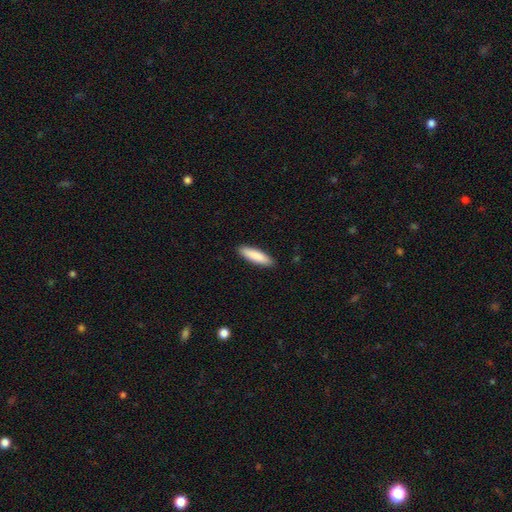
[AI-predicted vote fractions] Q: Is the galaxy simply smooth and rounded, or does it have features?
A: smooth — 88%.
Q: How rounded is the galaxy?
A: cigar-shaped — 66%.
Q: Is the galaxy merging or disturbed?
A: none — 90%.